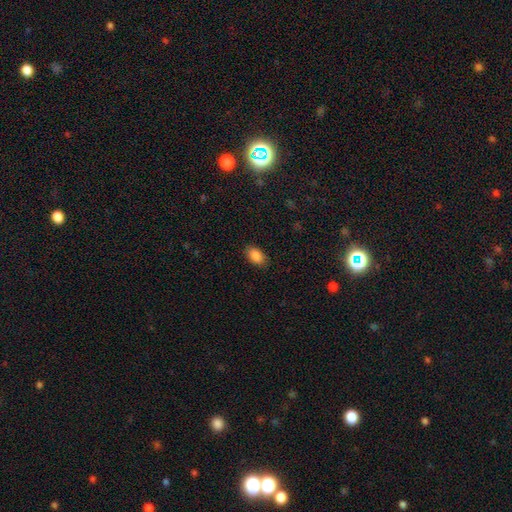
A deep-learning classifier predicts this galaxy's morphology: This is clearly a smooth galaxy (88%). How rounded: clearly in between (92%). Merging: clearly none (88%).